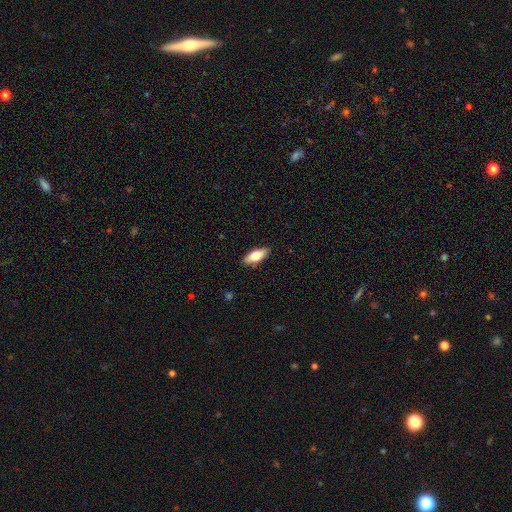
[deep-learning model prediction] Smooth or featured? Predicted: smooth (p=0.73). How rounded? Predicted: in between (p=0.77). Merging? Predicted: none (p=0.89).